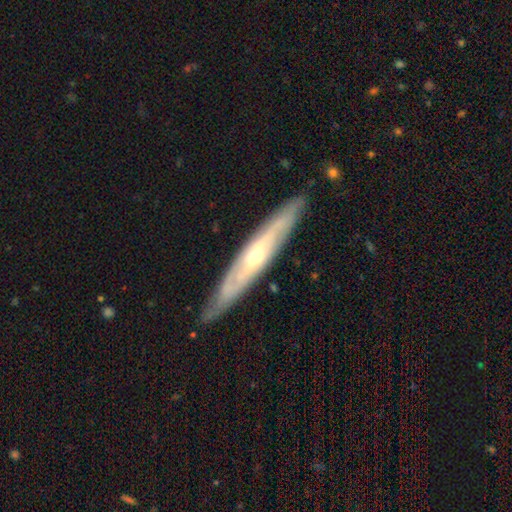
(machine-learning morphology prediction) Smooth or featured: featured or disk — 73% (smooth — 21%)
Edge-on disk: yes — 67% (no — 33%)
Merging: none — 84% (minor disturbance — 13%)